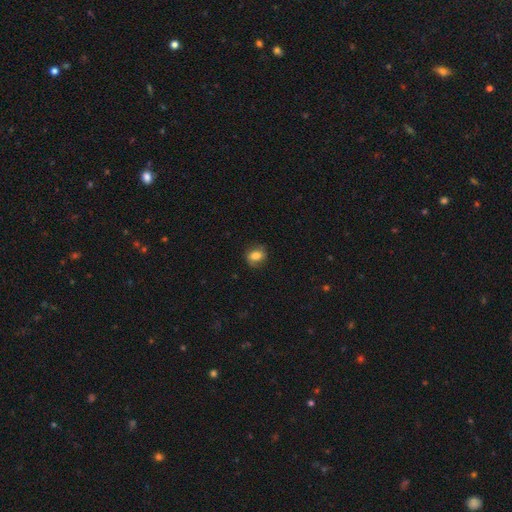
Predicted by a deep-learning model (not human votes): Morphology: type=smooth (77%); roundness=in between (58%); merging=none (75%).